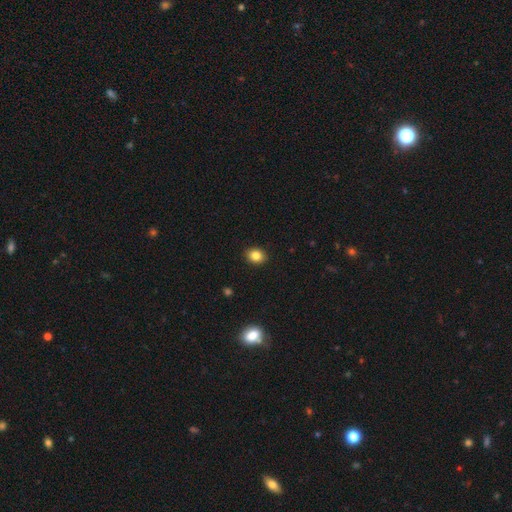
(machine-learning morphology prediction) type=smooth (84%); roundness=round (52%); merging=none (91%).